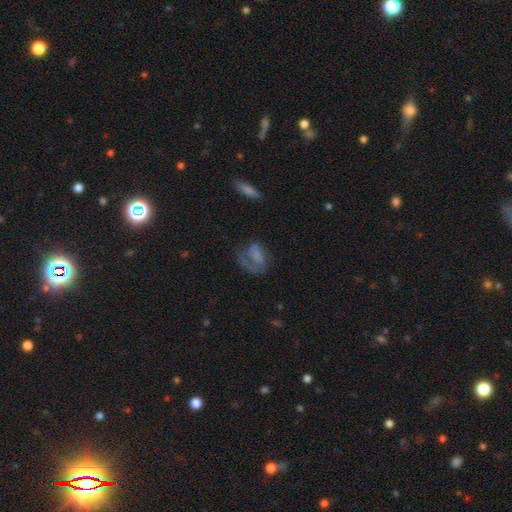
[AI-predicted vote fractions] Smooth or featured? featured or disk (49%)
Merging? major disturbance (41%)